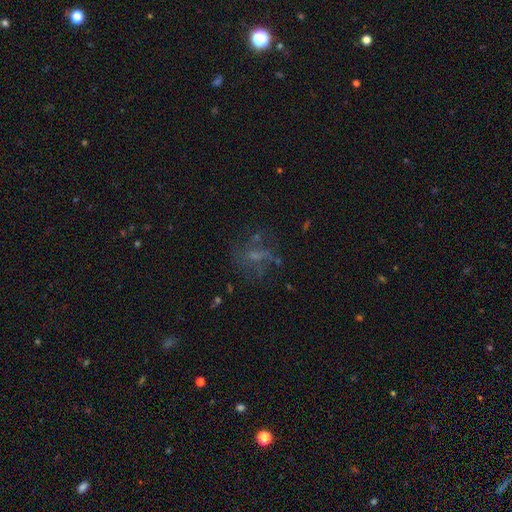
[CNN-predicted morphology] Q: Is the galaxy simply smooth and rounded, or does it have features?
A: featured or disk — 47%.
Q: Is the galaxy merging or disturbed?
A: none — 52%.